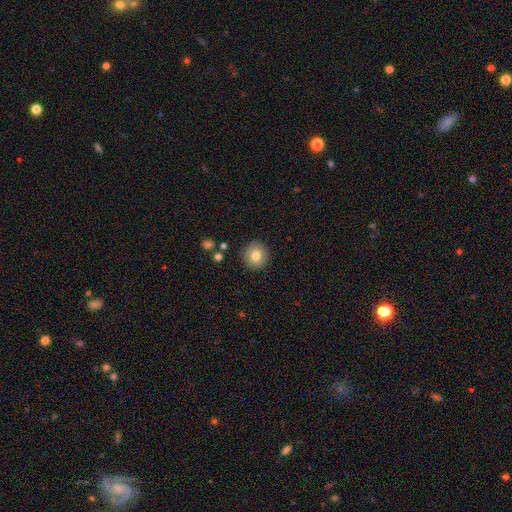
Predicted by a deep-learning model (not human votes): A smooth galaxy with no disk features (79%) that is round (93%).

Vote fractions:
- Smooth or featured? smooth: 79% / featured or disk: 12% / star or artifact: 9%
- How rounded? round: 93% / in between: 6% / cigar-shaped: 1%
- Merging? none: 89% / minor disturbance: 7% / major disturbance: 2% / merger: 2%